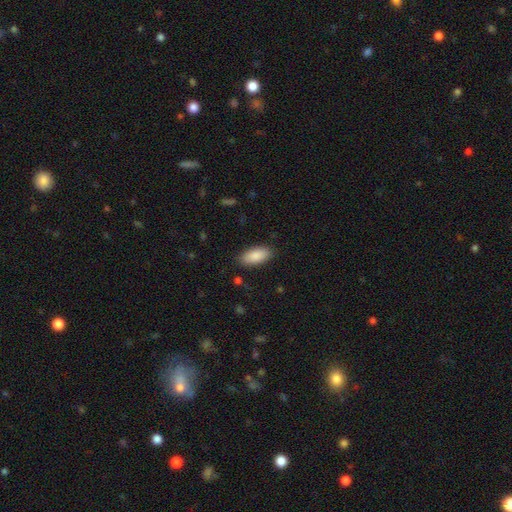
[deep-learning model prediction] Morphology: type=smooth (89%); roundness=in between (89%); merging=none (87%).